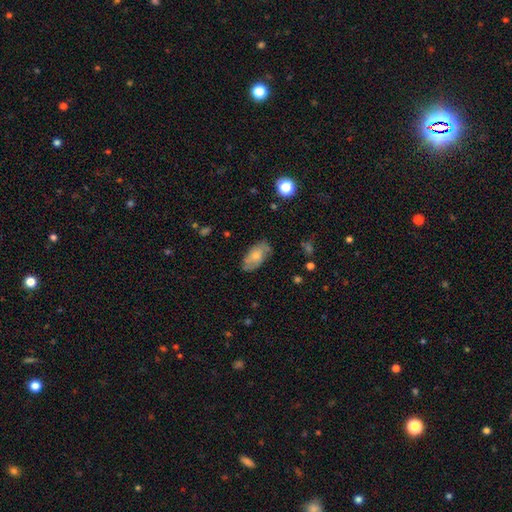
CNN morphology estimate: Overall: smooth (59%; featured or disk 34%). How rounded: in between (91%). Merging: none (69%).